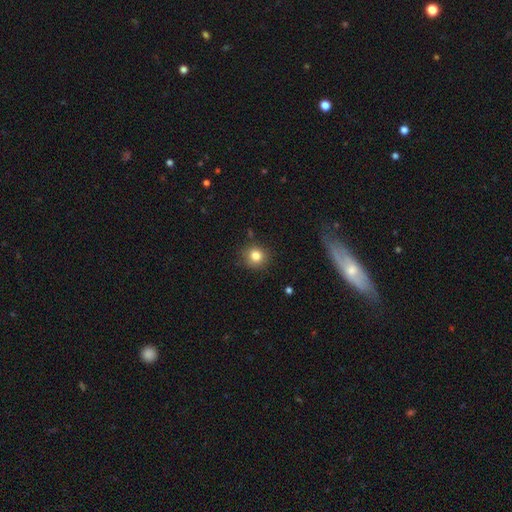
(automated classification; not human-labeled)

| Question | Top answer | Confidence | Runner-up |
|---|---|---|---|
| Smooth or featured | smooth | 82% | star or artifact (11%) |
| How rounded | round | 89% | in between (10%) |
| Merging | none | 86% | minor disturbance (10%) |